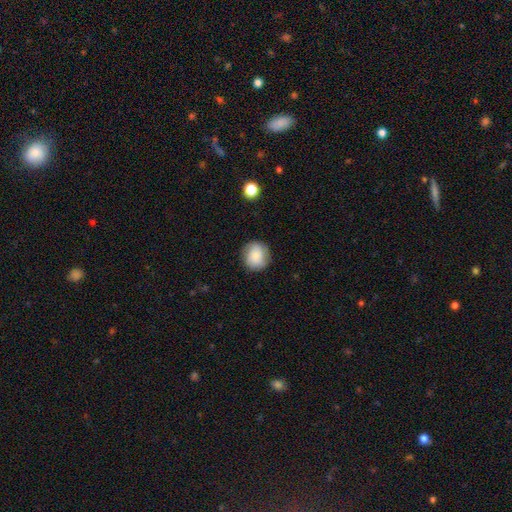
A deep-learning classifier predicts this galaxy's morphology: Overall: smooth (74%). How rounded: round (83%). Merging: none (80%).